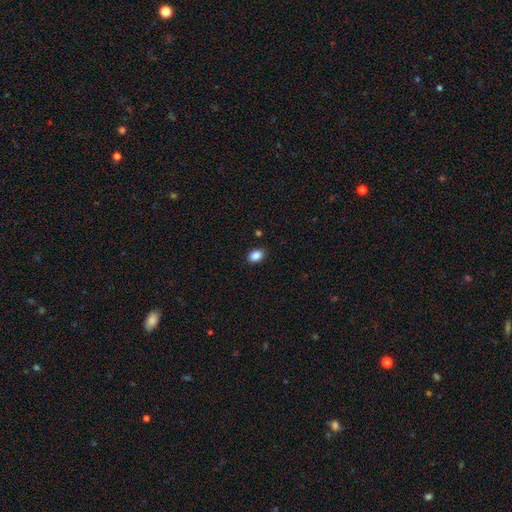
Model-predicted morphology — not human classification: A smooth galaxy with no disk features (87%) that is in between round and cigar-shaped (80%). Merging: none (88%).